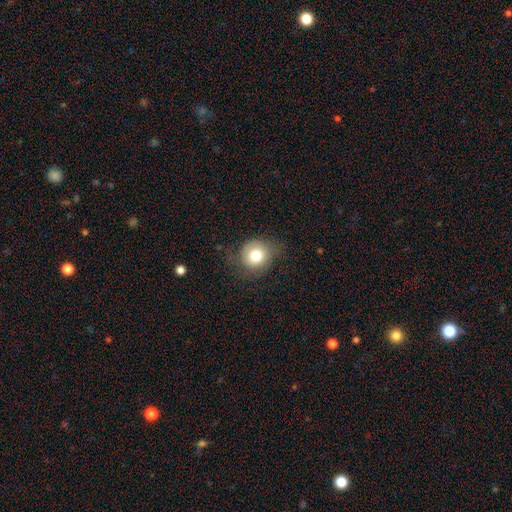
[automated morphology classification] Smooth or featured?
  - smooth: 75% *
  - featured or disk: 15%
  - star or artifact: 9%
How rounded?
  - round: 84% *
  - in between: 15%
  - cigar-shaped: 1%
Merging?
  - none: 67% *
  - minor disturbance: 23%
  - major disturbance: 10%
  - merger: 1%